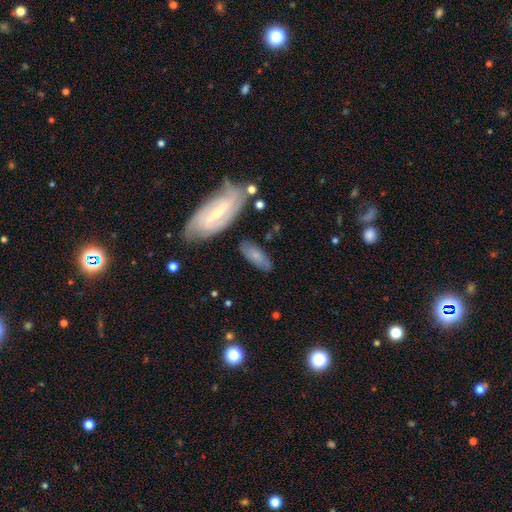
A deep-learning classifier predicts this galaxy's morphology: Overall: smooth (59%; featured or disk 34%). How rounded: in between (65%; cigar-shaped 32%). Merging: none (70%).